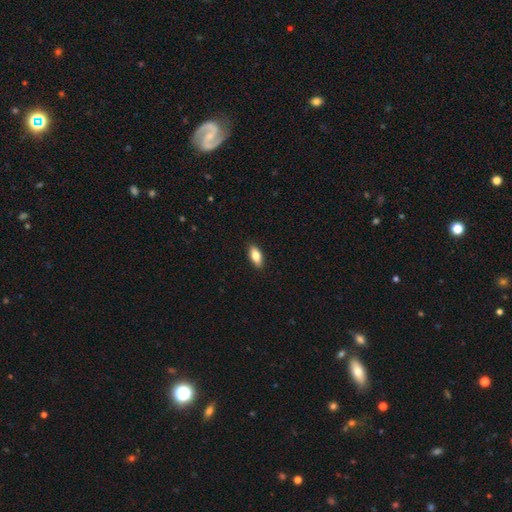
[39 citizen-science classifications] Smooth or featured? 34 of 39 (87%) said smooth. How rounded? 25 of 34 (74%) said in between. Merging? 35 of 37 (95%) said none.